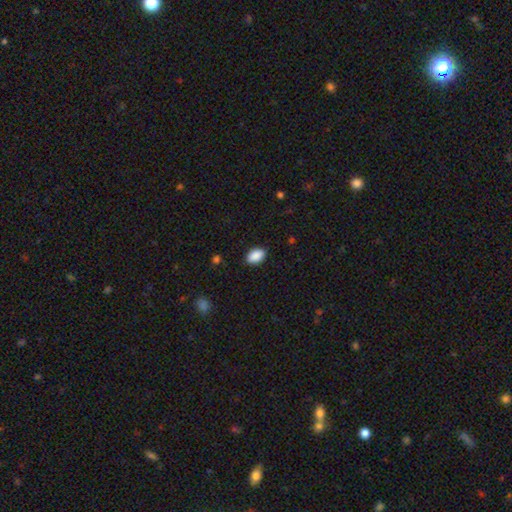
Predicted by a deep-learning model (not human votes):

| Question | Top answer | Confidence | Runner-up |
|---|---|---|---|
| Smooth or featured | smooth | 90% | star or artifact (7%) |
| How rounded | in between | 89% | round (9%) |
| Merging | none | 87% | minor disturbance (10%) |